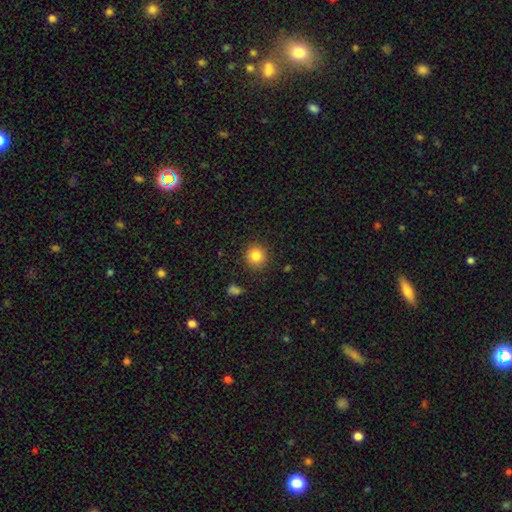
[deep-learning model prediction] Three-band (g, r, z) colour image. It shows a smooth galaxy with no disk features (84%) that is round (93%). Merging: none (89%).